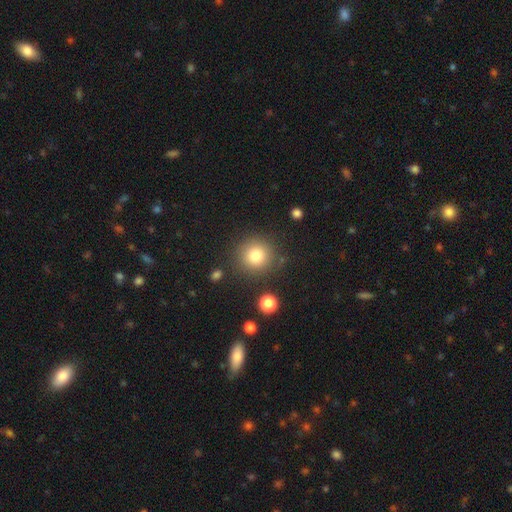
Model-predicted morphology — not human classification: This is clearly a smooth galaxy (80%). How rounded: clearly round (93%). Merging: clearly none (85%).